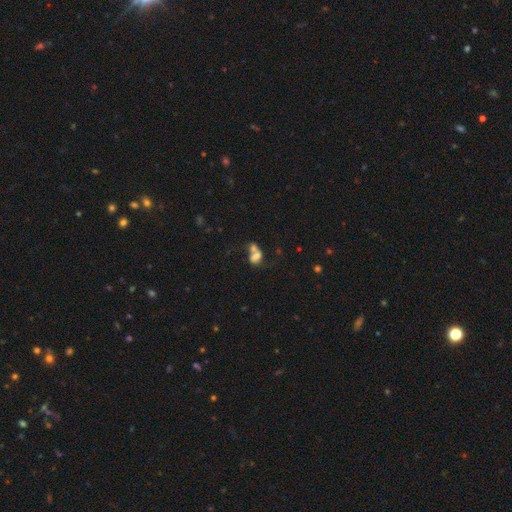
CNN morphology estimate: type=smooth (64%); roundness=in between (73%); merging=merger (67%).